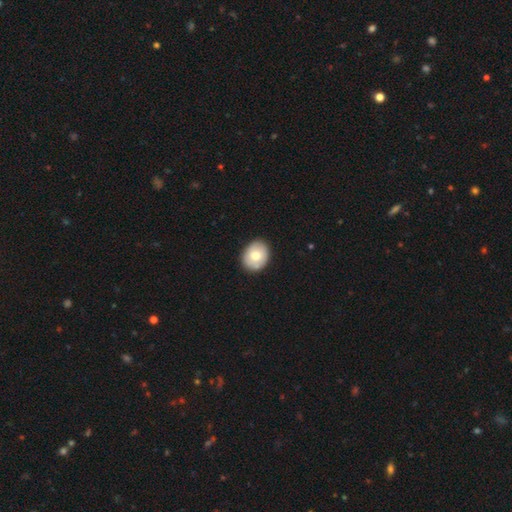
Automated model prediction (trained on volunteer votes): Smooth or featured? smooth (73%)
How rounded? round (51%)
Merging? none (87%)